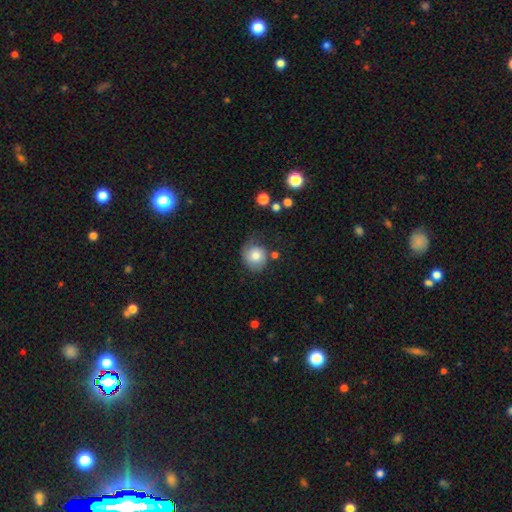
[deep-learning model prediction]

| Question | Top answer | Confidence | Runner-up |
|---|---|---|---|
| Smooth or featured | smooth | 74% | featured or disk (17%) |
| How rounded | round | 82% | in between (17%) |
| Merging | none | 55% | minor disturbance (27%) |